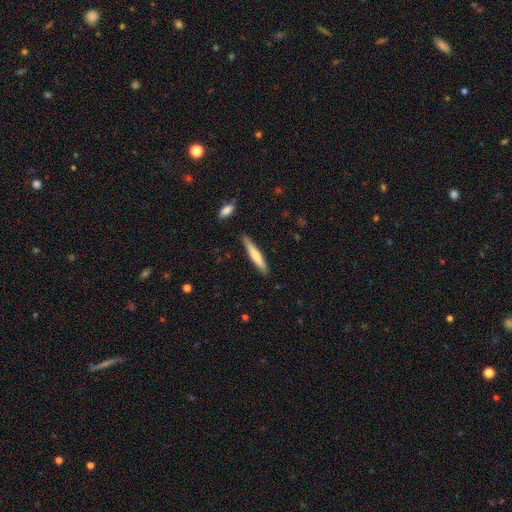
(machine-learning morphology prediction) A smooth galaxy with no disk features (62%) that is cigar-shaped (93%). Merging: none (86%).